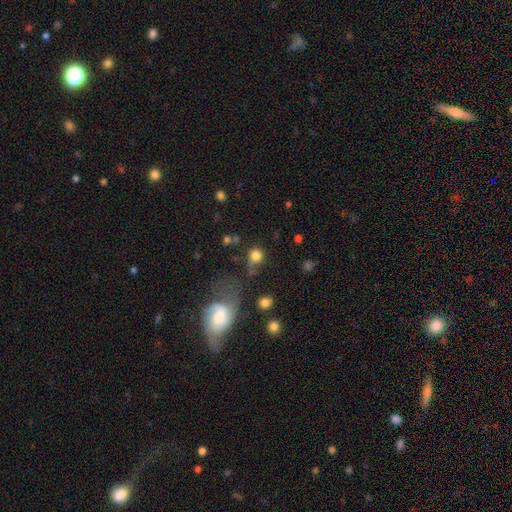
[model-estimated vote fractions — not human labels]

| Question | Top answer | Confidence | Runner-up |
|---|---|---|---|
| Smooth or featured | smooth | 80% | star or artifact (11%) |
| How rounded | round | 83% | in between (16%) |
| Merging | none | 55% | minor disturbance (19%) |